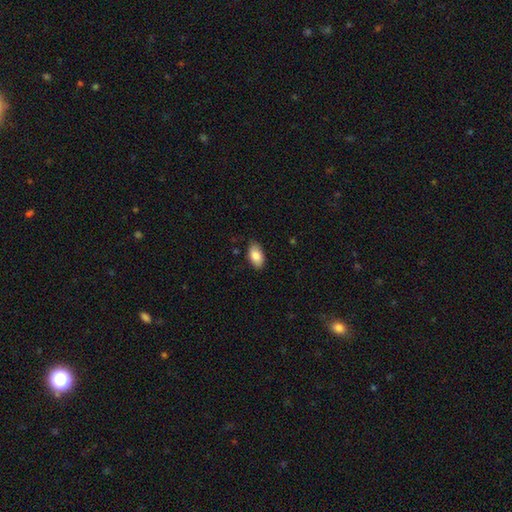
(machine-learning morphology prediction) smooth_or_featured: smooth (p=0.86) [alt: featured or disk p=0.07]
how_rounded: in between (p=0.94) [alt: round p=0.04]
merging: none (p=0.80) [alt: minor disturbance p=0.16]